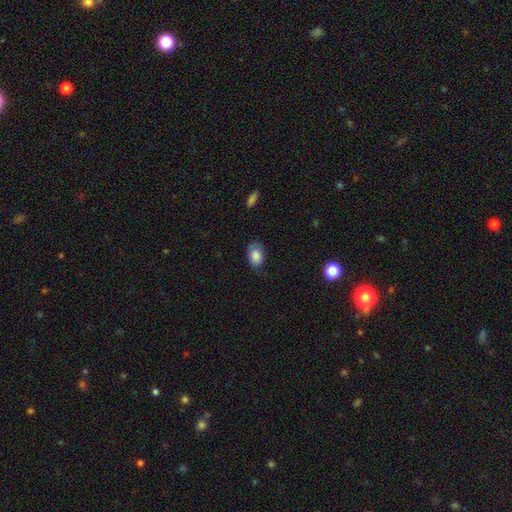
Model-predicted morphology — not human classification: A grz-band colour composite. It shows a smooth galaxy with no disk features (83%) that is in between round and cigar-shaped (84%). Merging: none (67%).